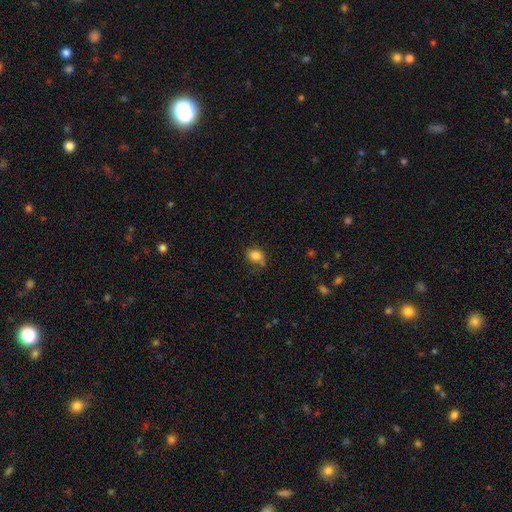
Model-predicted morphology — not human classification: Overall: smooth (78%). How rounded: in between (60%; round 39%). Merging: none (49%; minor disturbance 28%).